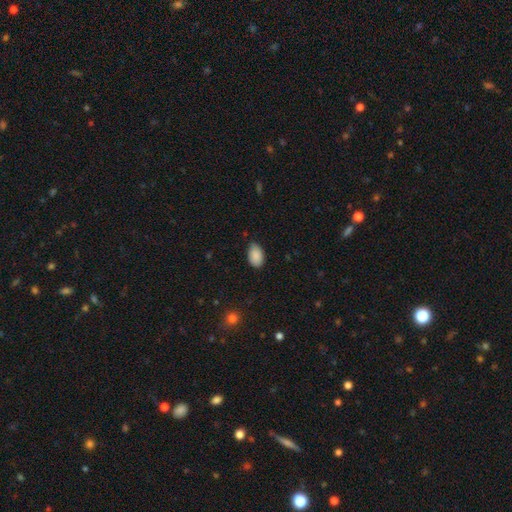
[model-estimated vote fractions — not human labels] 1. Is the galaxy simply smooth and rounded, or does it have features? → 89% smooth, 7% star or artifact, 4% featured or disk.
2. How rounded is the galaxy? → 92% in between, 7% round, 1% cigar-shaped.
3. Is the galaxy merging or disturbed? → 74% none, 21% minor disturbance, 3% major disturbance, 1% merger.